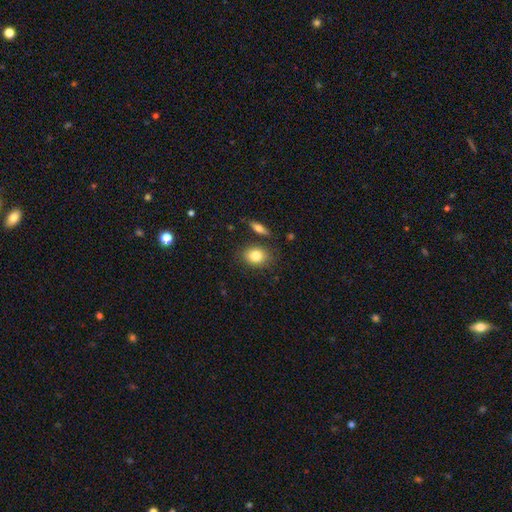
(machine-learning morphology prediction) A smooth galaxy with no disk features (82%) that is in between round and cigar-shaped (61%). Merging: none (79%).